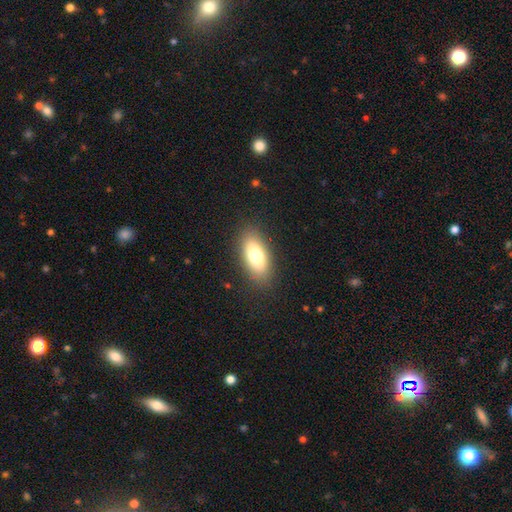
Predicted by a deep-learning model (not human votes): smooth-or-featured: smooth: 77% | featured or disk: 16% | star or artifact: 8%
  how-rounded: in between: 84% | cigar-shaped: 12% | round: 3%
  merging: none: 86% | minor disturbance: 9% | major disturbance: 3% | merger: 1%